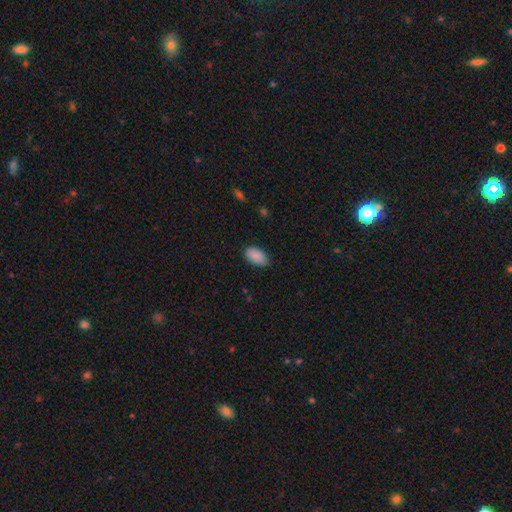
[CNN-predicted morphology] A smooth galaxy with no disk features (90%) that is in between round and cigar-shaped (94%). Merging: none (82%).